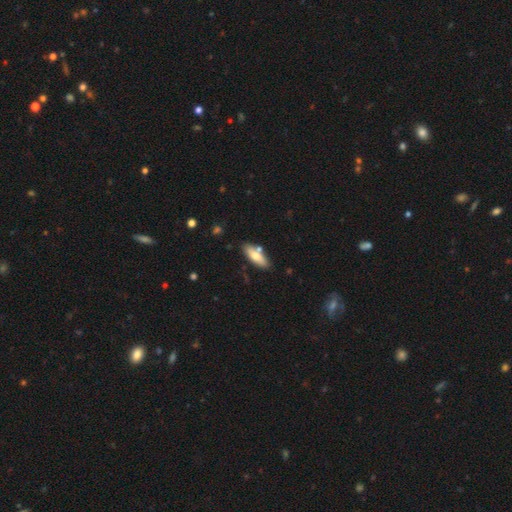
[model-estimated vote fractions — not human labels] Smooth or featured?
  - smooth: 68% *
  - featured or disk: 26%
  - star or artifact: 6%
How rounded?
  - in between: 64% *
  - cigar-shaped: 34%
  - round: 2%
Merging?
  - none: 76% *
  - minor disturbance: 13%
  - merger: 9%
  - major disturbance: 3%